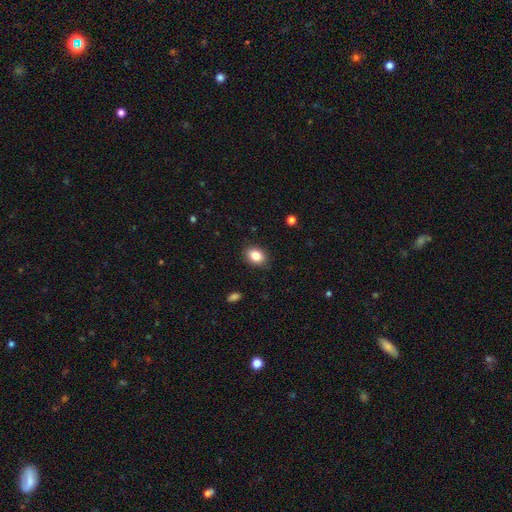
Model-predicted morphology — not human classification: Smooth or featured: smooth — 84% (star or artifact — 9%)
How rounded: in between — 69% (round — 30%)
Merging: none — 88% (minor disturbance — 9%)